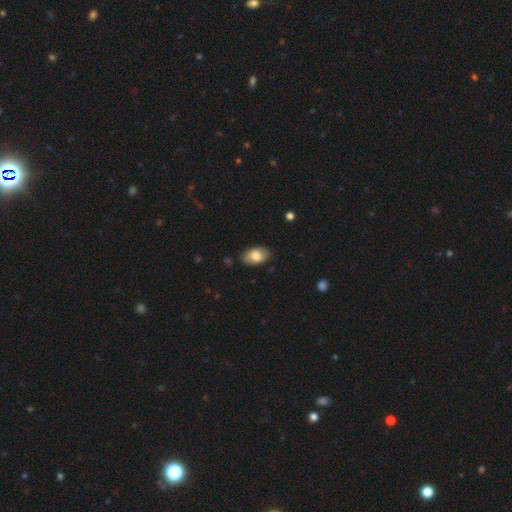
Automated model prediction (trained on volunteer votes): A smooth galaxy with no disk features (78%) that is in between round and cigar-shaped (92%).

Vote fractions:
- Smooth or featured? smooth: 78% / featured or disk: 16% / star or artifact: 6%
- How rounded? in between: 92% / round: 6% / cigar-shaped: 2%
- Merging? none: 82% / minor disturbance: 14% / major disturbance: 3% / merger: 1%